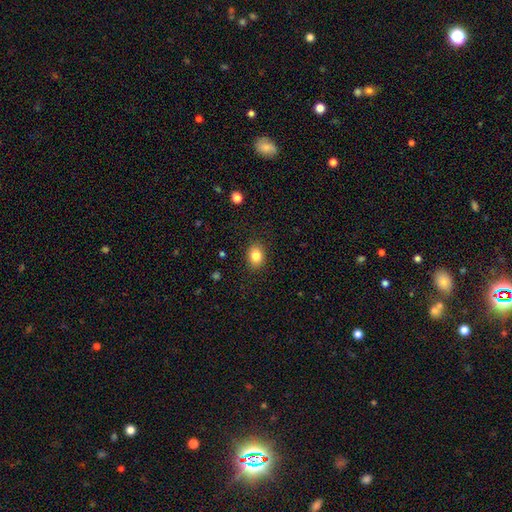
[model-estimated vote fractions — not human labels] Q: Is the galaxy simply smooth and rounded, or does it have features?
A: smooth — 84%.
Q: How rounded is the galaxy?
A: in between — 62%.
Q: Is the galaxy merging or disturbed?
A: none — 87%.